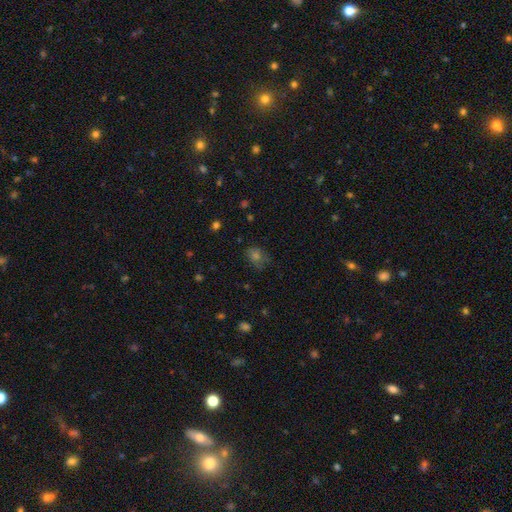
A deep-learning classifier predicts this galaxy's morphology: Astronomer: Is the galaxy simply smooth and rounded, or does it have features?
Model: smooth — 58%.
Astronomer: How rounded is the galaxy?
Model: round — 55% (runner-up: in between, 44%).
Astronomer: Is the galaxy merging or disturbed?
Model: none — 68%.